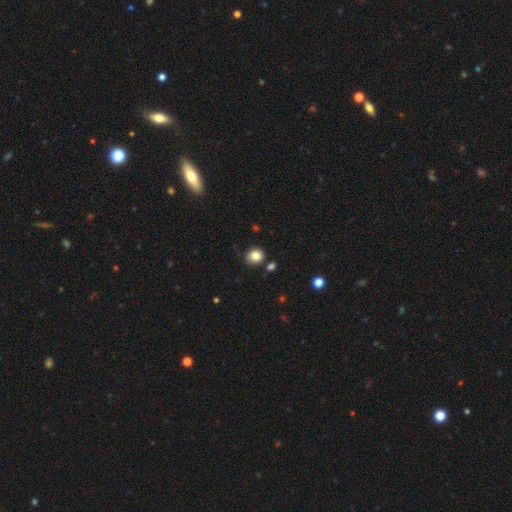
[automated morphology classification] smooth 82%, star or artifact 11%, featured or disk 7%. Down the decision tree: how rounded — round (78%); merging — none (82%).